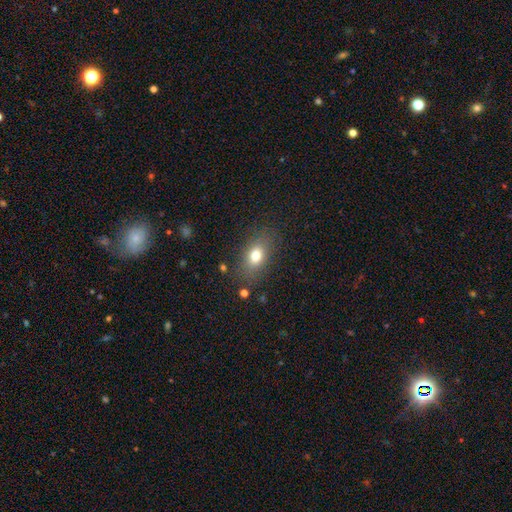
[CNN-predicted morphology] A smooth galaxy with no disk features (76%) that is in between round and cigar-shaped (78%).

Vote fractions:
- Smooth or featured? smooth: 76% / featured or disk: 13% / star or artifact: 11%
- How rounded? in between: 78% / round: 18% / cigar-shaped: 4%
- Merging? none: 81% / minor disturbance: 12% / major disturbance: 5% / merger: 2%